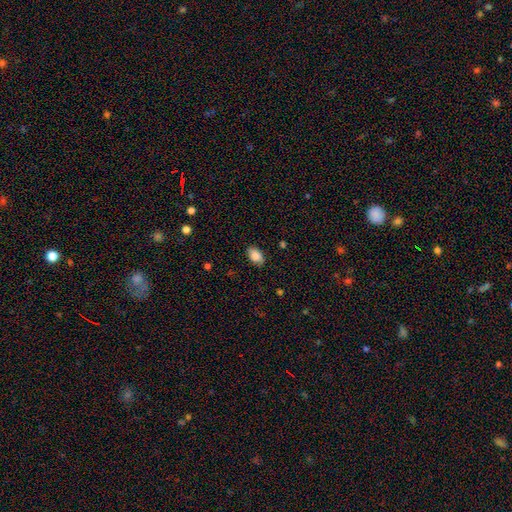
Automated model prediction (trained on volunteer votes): smooth 87%, star or artifact 7%, featured or disk 5%. Down the decision tree: how rounded — in between (91%); merging — none (83%).